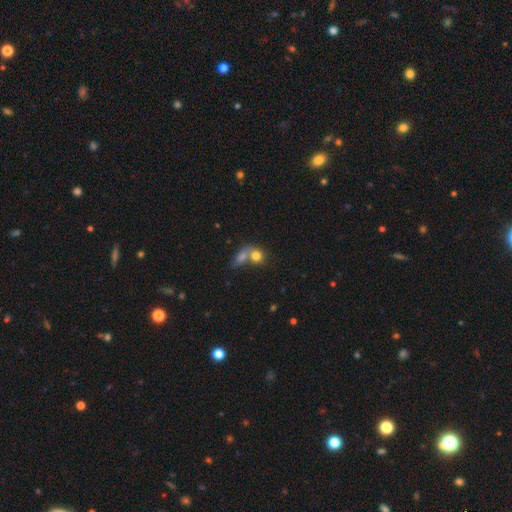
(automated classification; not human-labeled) smooth 78%, featured or disk 12%, star or artifact 10%. Down the decision tree: how rounded — round (63%); merging — merger (59%).